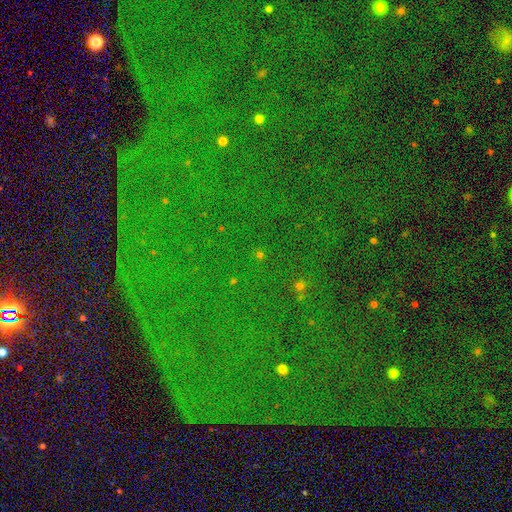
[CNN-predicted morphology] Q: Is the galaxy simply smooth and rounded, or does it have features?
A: star or artifact — 85%.